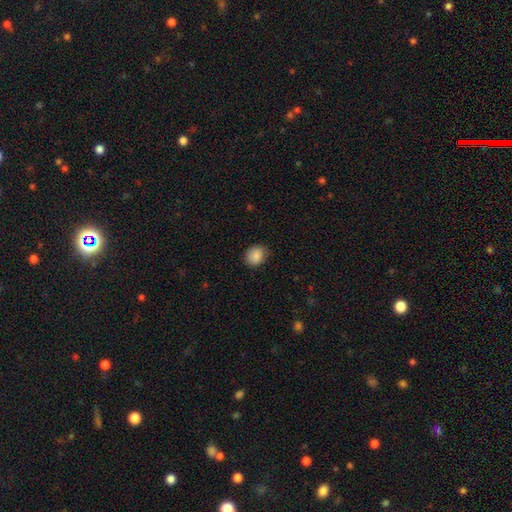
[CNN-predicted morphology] smooth_or_featured: smooth (p=0.88) [alt: star or artifact p=0.08]
how_rounded: round (p=0.54) [alt: in between p=0.45]
merging: none (p=0.81) [alt: minor disturbance p=0.15]